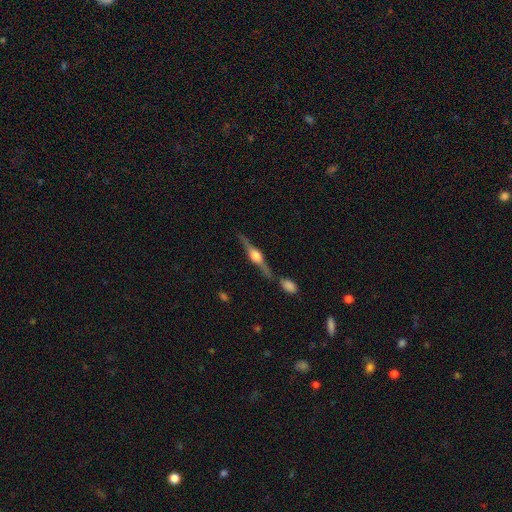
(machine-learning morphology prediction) Smooth or featured? Predicted: featured or disk (p=0.84). Edge-on disk? Predicted: yes (p=0.98). Edge-on bulge? Predicted: rounded (p=0.91). Merging? Predicted: none (p=0.77).